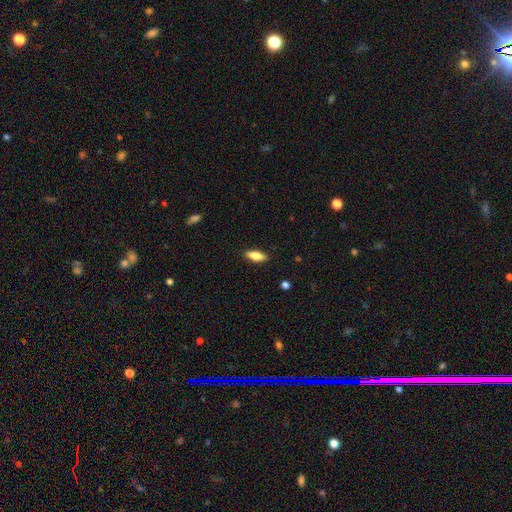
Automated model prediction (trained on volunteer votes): smooth-or-featured: smooth: 72% | featured or disk: 21% | star or artifact: 6%
  how-rounded: in between: 71% | cigar-shaped: 26% | round: 2%
  merging: none: 88% | minor disturbance: 9% | major disturbance: 2% | merger: 1%